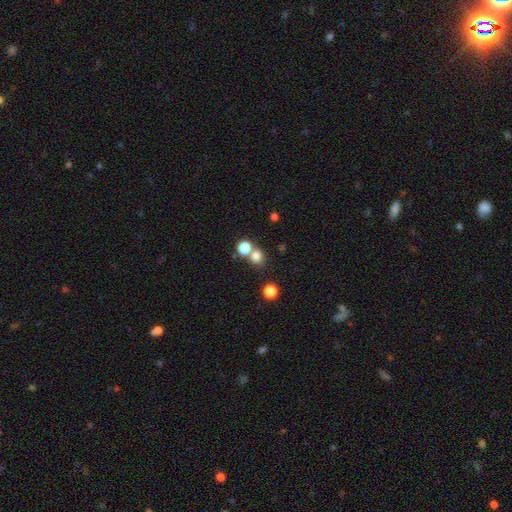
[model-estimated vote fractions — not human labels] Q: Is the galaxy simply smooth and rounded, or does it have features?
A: smooth — 77%.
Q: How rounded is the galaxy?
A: round — 79%.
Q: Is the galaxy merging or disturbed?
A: none — 58%.